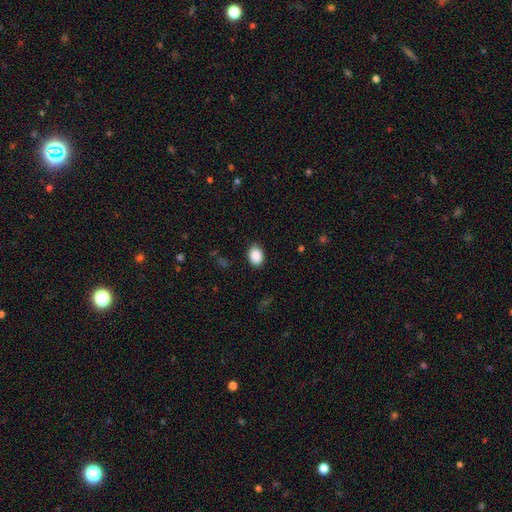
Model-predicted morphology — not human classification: Overall: smooth (90%). How rounded: in between (71%). Merging: none (87%).